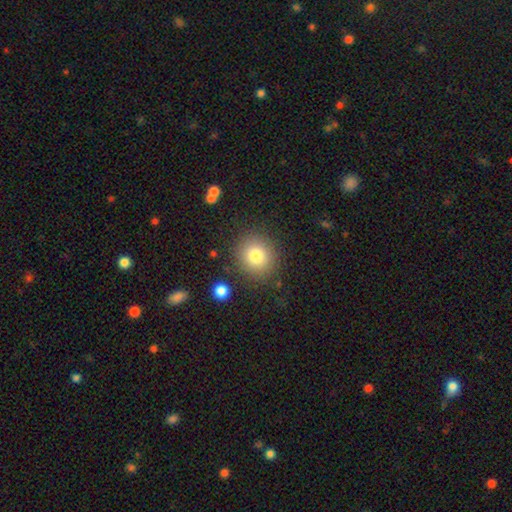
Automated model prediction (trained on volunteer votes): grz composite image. It shows a smooth galaxy with no disk features (80%) that is round (87%). Merging: none (85%).